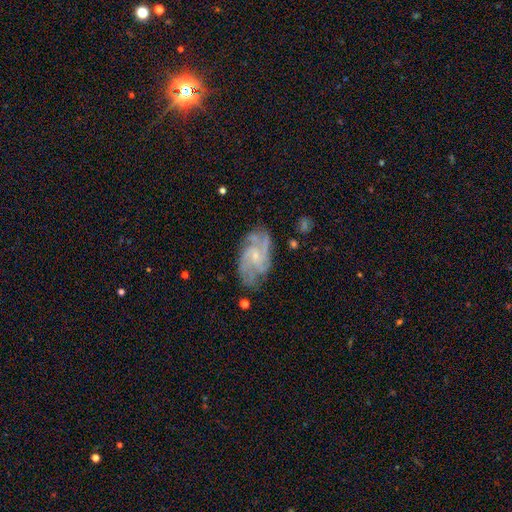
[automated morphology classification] A featured or disk galaxy (86%) with no bar (62%), 3 (29%) medium (48%) spiral arms (97%) and a small central bulge (77%). Merging: none (72%).